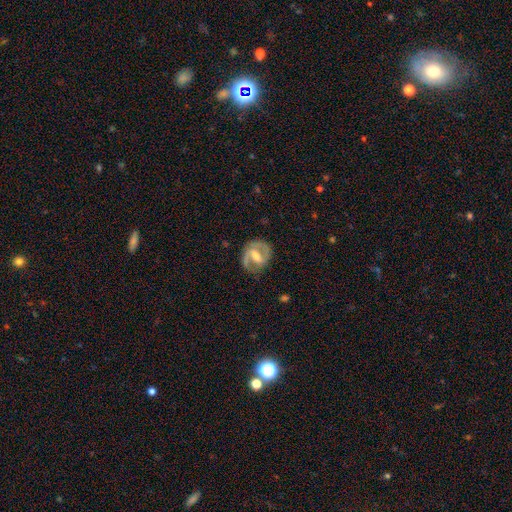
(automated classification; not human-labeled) Overall: featured or disk (83%). Edge-on disk: no (97%). Bar: strong (47%; weak 41%). Spiral arms: yes (91%). Spiral arm count: 2 (86%). Spiral winding: medium (52%; tight 32%). Bulge size: moderate (54%; small 30%). Merging: none (76%).